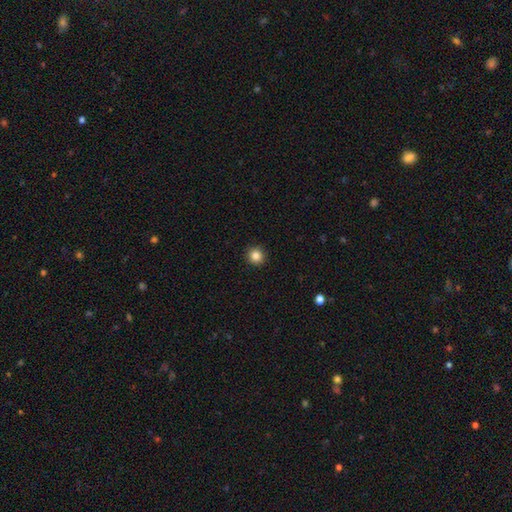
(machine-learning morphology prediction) Overall: smooth (84%). How rounded: round (94%). Merging: none (93%).